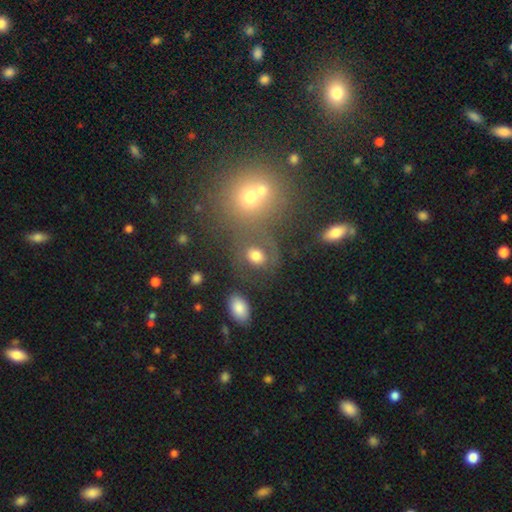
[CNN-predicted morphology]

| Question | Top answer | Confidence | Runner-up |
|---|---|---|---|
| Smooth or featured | smooth | 66% | featured or disk (21%) |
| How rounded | round | 52% | in between (47%) |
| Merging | none | 58% | merger (16%) |